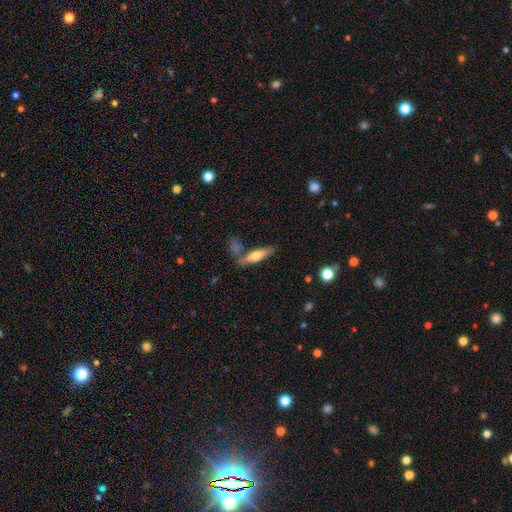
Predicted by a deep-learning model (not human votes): smooth_or_featured: smooth (p=0.54) [alt: featured or disk p=0.40]
how_rounded: cigar-shaped (p=0.70) [alt: in between p=0.28]
merging: none (p=0.66) [alt: merger p=0.15]